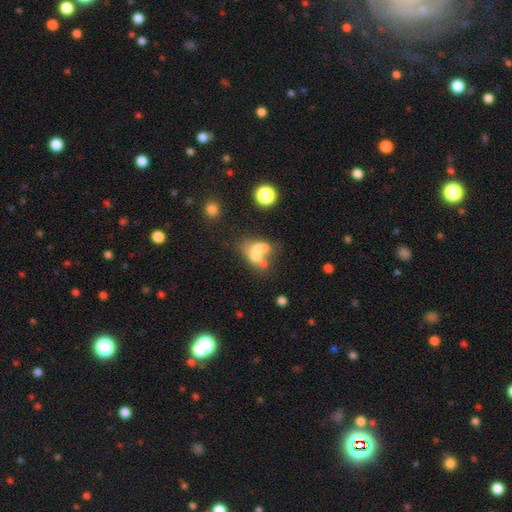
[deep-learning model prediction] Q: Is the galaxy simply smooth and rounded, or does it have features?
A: smooth — 51%.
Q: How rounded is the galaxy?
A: in between — 58%.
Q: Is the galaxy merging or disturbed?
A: merger — 60%.